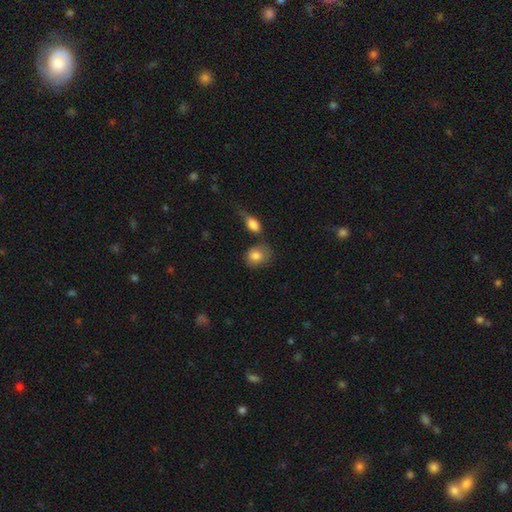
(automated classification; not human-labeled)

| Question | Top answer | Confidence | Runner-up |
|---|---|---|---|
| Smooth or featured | smooth | 82% | featured or disk (10%) |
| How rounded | round | 55% | in between (44%) |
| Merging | none | 54% | minor disturbance (20%) |